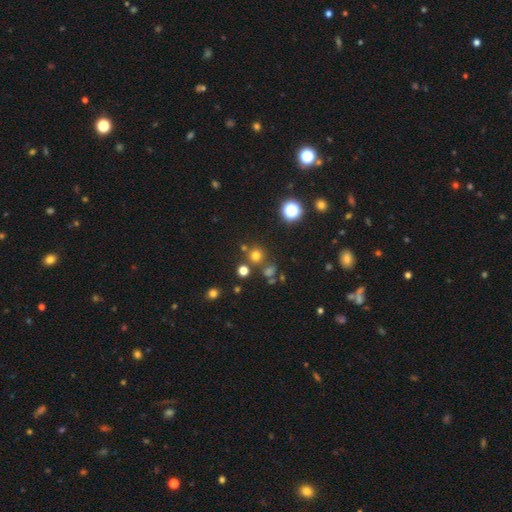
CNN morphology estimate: Overall: smooth (69%). How rounded: round (92%). Merging: none (78%).